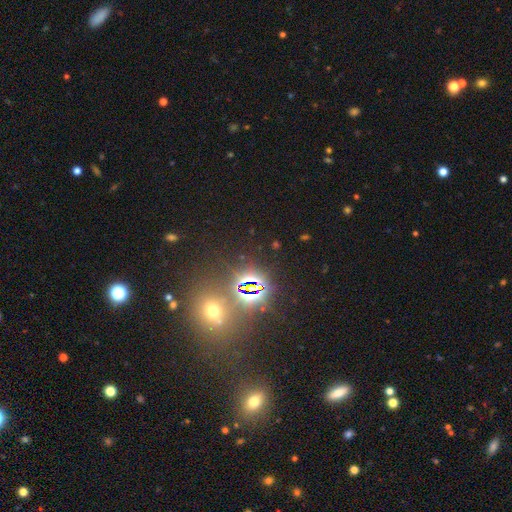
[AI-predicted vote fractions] Smooth or featured: star or artifact — 63% (smooth — 28%)